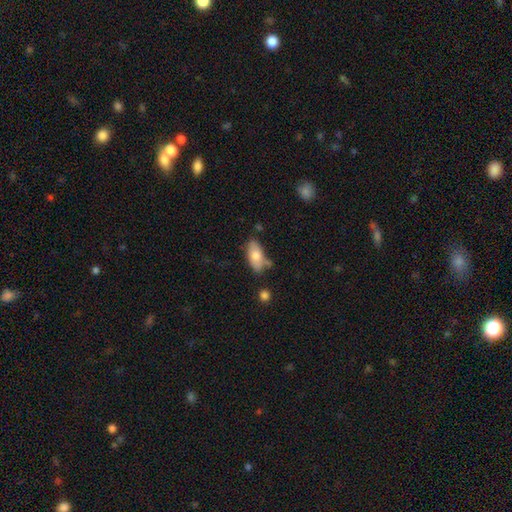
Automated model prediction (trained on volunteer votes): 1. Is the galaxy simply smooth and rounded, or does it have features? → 74% smooth, 19% featured or disk, 7% star or artifact.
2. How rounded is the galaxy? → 88% in between, 9% cigar-shaped, 3% round.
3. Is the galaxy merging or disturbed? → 61% none, 23% minor disturbance, 10% merger, 6% major disturbance.